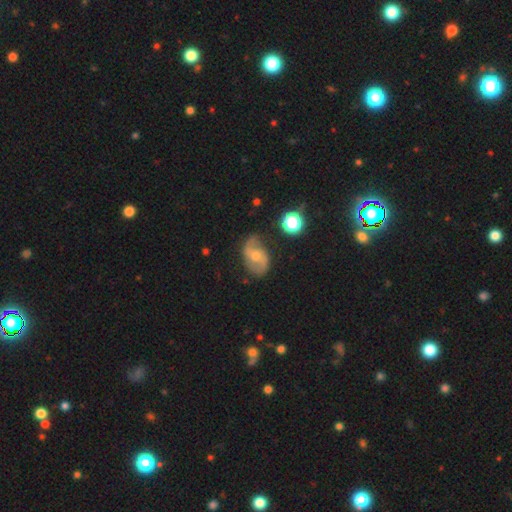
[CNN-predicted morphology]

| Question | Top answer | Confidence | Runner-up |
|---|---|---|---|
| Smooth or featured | featured or disk | 73% | smooth (19%) |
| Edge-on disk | no | 97% | yes (3%) |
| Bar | no | 47% | weak (41%) |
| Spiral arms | yes | 90% | no (10%) |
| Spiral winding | loose | 47% | medium (39%) |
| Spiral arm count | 2 | 86% | can't tell (6%) |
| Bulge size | moderate | 50% | small (43%) |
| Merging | none | 67% | minor disturbance (22%) |